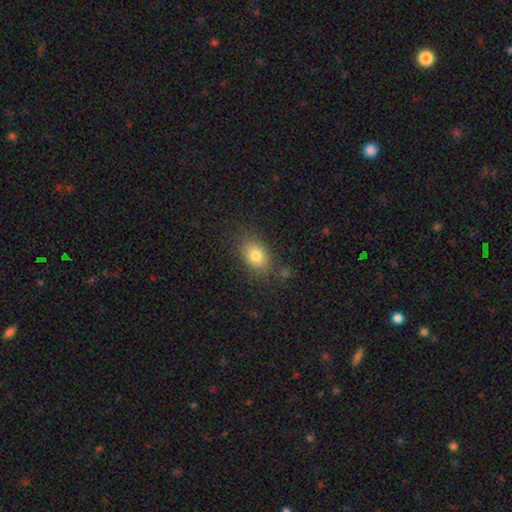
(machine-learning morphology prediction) smooth-or-featured: smooth: 80% | featured or disk: 10% | star or artifact: 10%
  how-rounded: in between: 78% | round: 20% | cigar-shaped: 2%
  merging: none: 80% | minor disturbance: 13% | major disturbance: 4% | merger: 2%